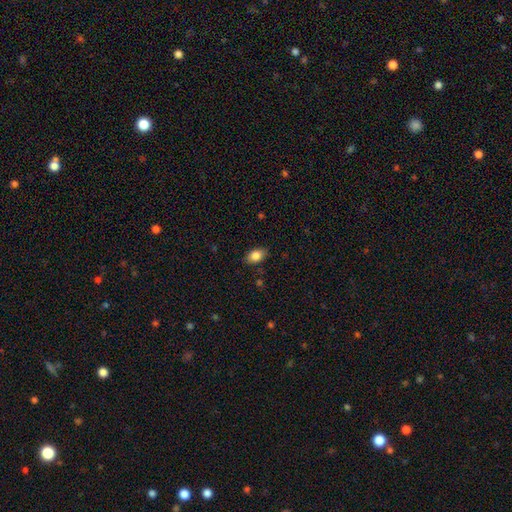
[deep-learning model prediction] Smooth or featured: smooth — 85% (star or artifact — 8%)
How rounded: in between — 86% (round — 12%)
Merging: none — 85% (minor disturbance — 11%)